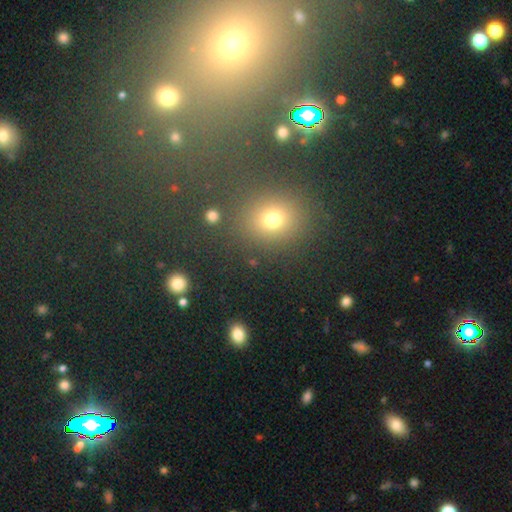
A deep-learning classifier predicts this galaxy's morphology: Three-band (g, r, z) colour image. It shows a smooth galaxy with no disk features (57%) that is round (63%). Merging: none (85%).